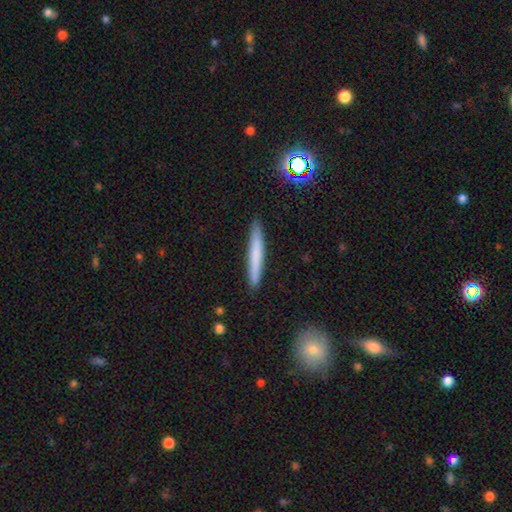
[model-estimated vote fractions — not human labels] Smooth or featured: smooth — 68% (featured or disk — 25%)
How rounded: cigar-shaped — 96% (in between — 3%)
Merging: none — 91% (minor disturbance — 7%)